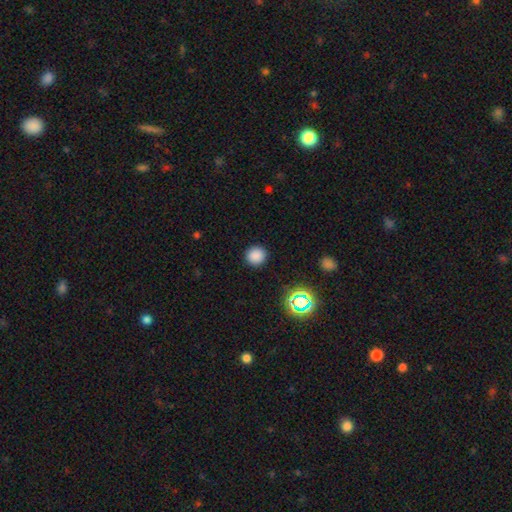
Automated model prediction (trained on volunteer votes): A smooth galaxy with no disk features (82%) that is round (92%). Merging: none (91%).